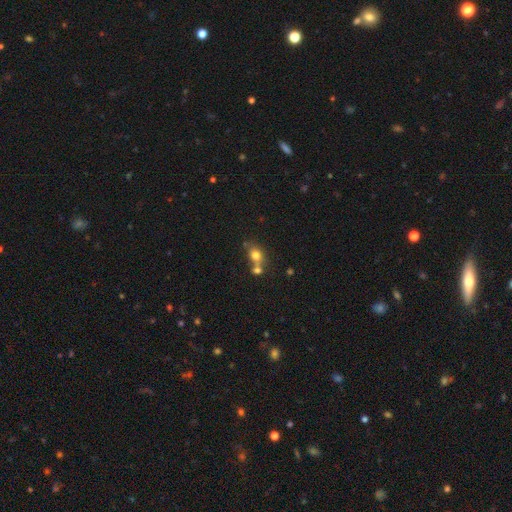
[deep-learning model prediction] Smooth or featured? smooth (74%)
How rounded? round (57%)
Merging? merger (47%)